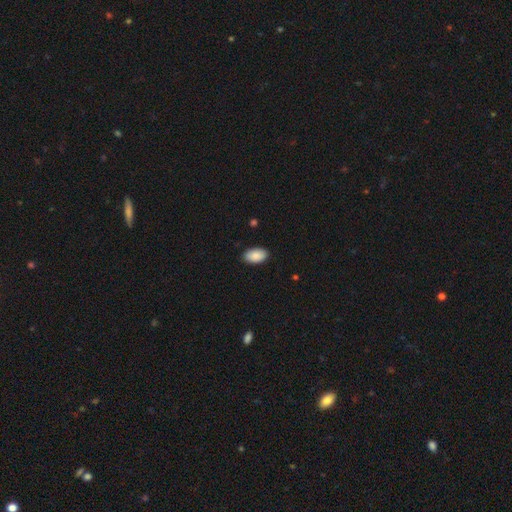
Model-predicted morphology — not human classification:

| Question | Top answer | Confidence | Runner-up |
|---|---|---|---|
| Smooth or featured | smooth | 90% | star or artifact (6%) |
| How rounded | in between | 95% | round (4%) |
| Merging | none | 88% | minor disturbance (9%) |